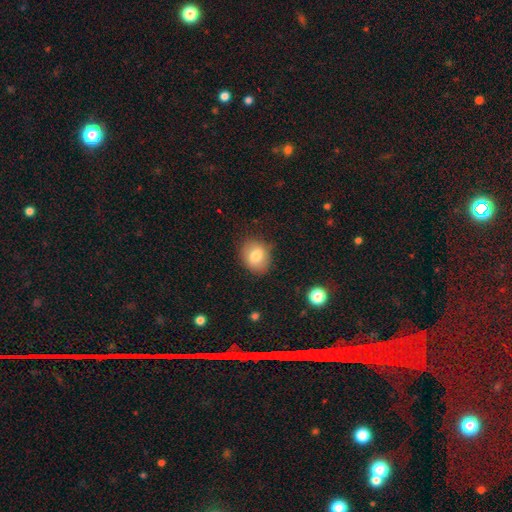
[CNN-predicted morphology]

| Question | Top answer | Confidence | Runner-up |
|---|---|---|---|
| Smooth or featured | smooth | 78% | featured or disk (13%) |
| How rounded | round | 59% | in between (40%) |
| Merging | none | 82% | minor disturbance (14%) |